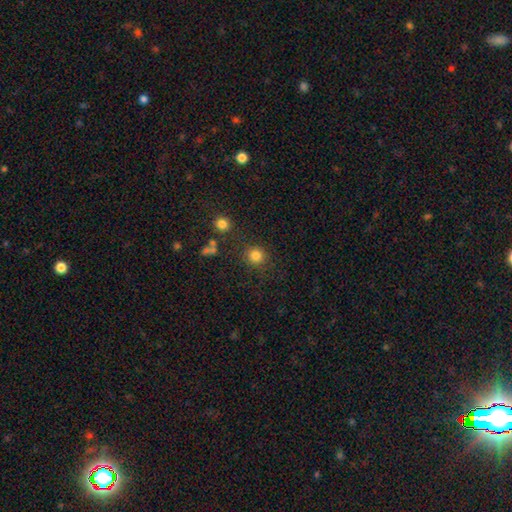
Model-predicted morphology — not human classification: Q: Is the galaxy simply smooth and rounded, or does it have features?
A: smooth — 82%.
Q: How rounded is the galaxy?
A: round — 92%.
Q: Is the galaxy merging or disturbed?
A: none — 85%.